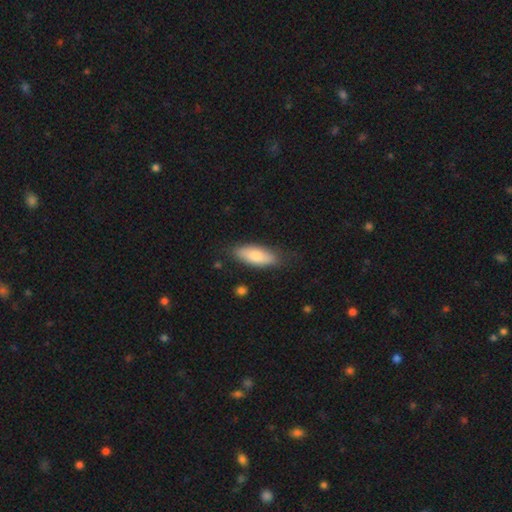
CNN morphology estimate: A smooth galaxy with no disk features (75%) that is in between round and cigar-shaped (72%). Merging: none (79%).